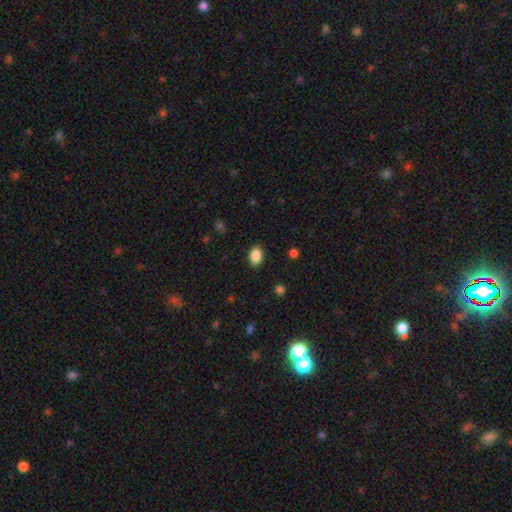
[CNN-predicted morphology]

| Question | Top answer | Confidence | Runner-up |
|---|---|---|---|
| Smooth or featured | smooth | 88% | star or artifact (8%) |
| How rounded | in between | 86% | round (13%) |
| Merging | none | 88% | minor disturbance (9%) |